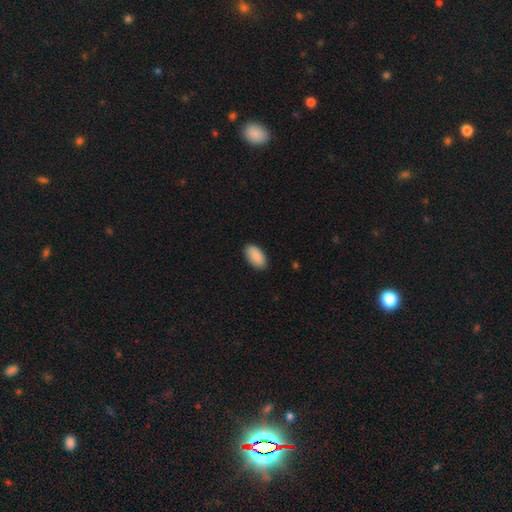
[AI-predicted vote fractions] The model was most divided on "merging": none: 88%, minor disturbance: 9%, major disturbance: 2%, merger: 1%. More confident: how rounded — in between (95%); smooth or featured — smooth (91%).